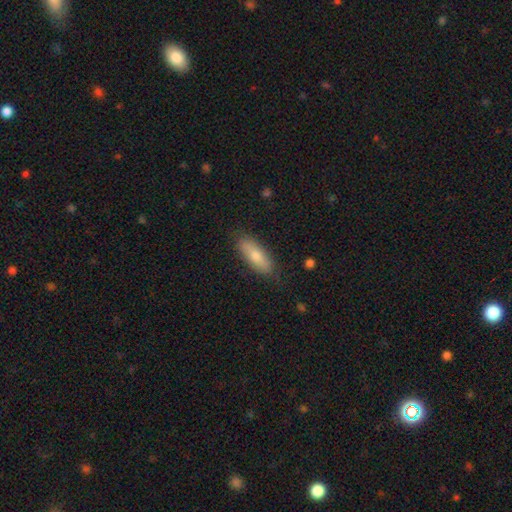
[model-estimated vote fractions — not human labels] Smooth or featured? Predicted: smooth (p=0.74). How rounded? Predicted: in between (p=0.59). Merging? Predicted: none (p=0.84).